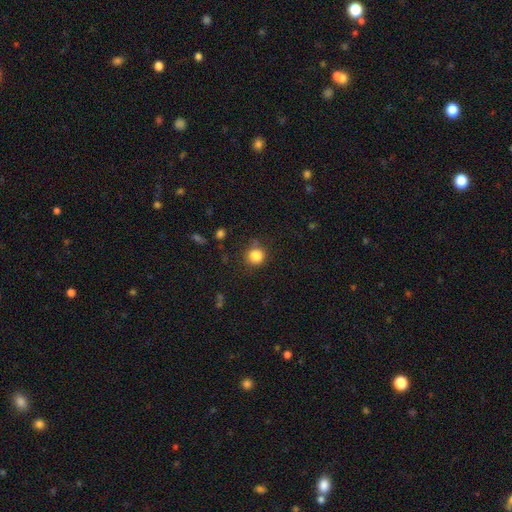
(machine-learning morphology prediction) Smooth or featured? Predicted: smooth (p=0.84). How rounded? Predicted: round (p=0.87). Merging? Predicted: none (p=0.73).